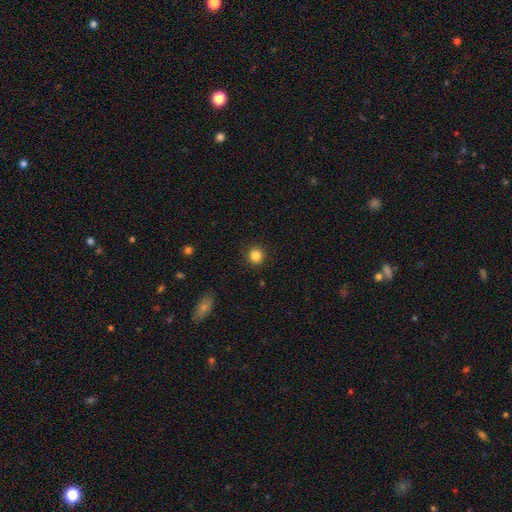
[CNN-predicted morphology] The model was most divided on "smooth or featured": smooth: 84%, star or artifact: 12%, featured or disk: 4%. More confident: how rounded — round (94%); merging — none (91%).